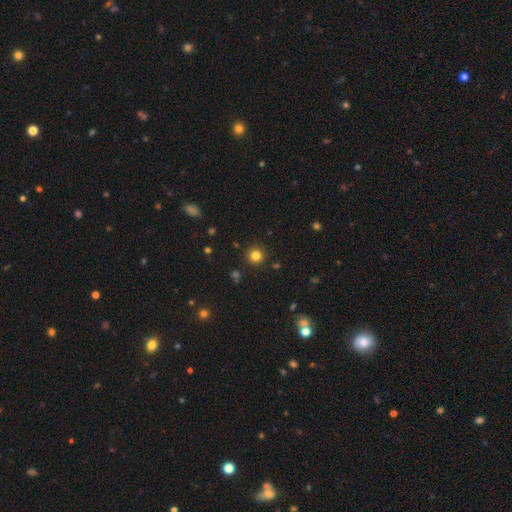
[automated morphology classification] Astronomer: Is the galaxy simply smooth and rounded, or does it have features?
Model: smooth — 81%.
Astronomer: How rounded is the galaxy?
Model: round — 95%.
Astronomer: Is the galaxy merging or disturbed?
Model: none — 91%.